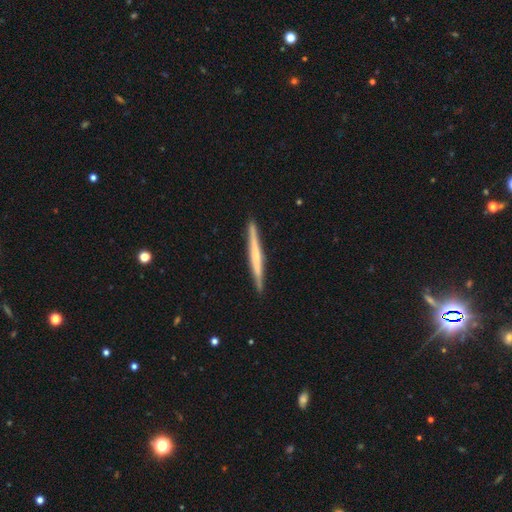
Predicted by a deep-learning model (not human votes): A featured or disk galaxy (58%) viewed edge-on (98%) with no central bulge (62%). Merging: none (91%).